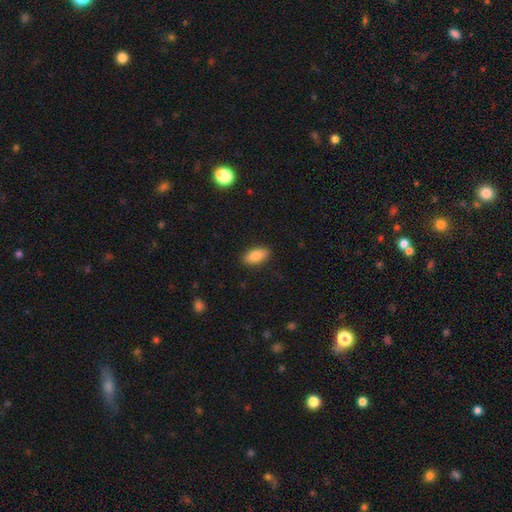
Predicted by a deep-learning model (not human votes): The model was most divided on "smooth or featured": smooth: 85%, featured or disk: 8%, star or artifact: 7%. More confident: how rounded — in between (90%); merging — none (89%).